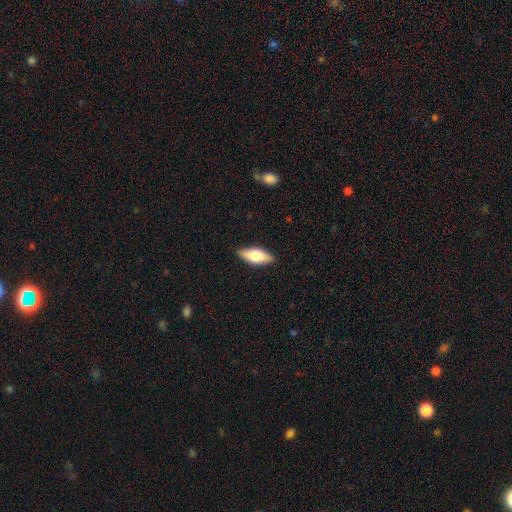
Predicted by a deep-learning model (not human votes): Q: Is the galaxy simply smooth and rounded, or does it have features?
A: smooth — 67%.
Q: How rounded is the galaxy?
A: in between — 76%.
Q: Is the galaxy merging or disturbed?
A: none — 88%.